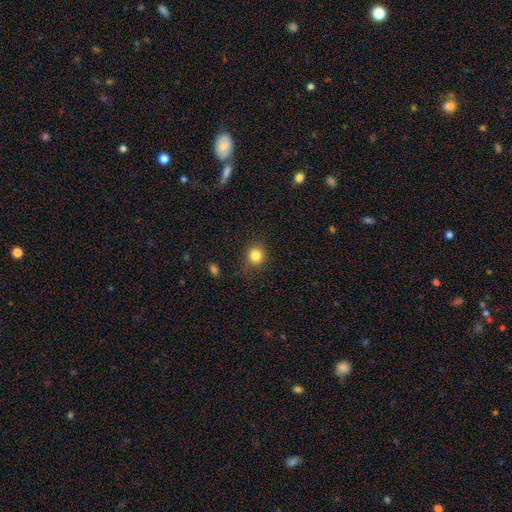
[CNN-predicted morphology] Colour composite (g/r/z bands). It shows a smooth galaxy with no disk features (83%) that is round (86%). Merging: none (84%).